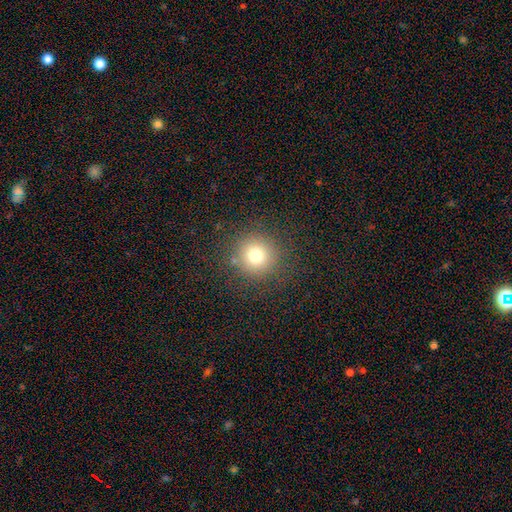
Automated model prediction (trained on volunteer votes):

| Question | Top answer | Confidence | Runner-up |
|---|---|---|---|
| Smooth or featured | smooth | 74% | star or artifact (16%) |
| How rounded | round | 94% | in between (5%) |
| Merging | none | 87% | minor disturbance (8%) |